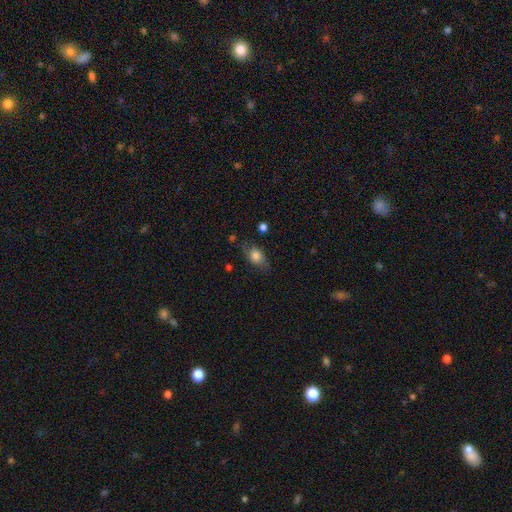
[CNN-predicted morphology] Q: Smooth or featured?
A: smooth (77%); runner-up: featured or disk (14%)
Q: How rounded?
A: in between (77%); runner-up: round (18%)
Q: Merging?
A: none (69%); runner-up: minor disturbance (22%)